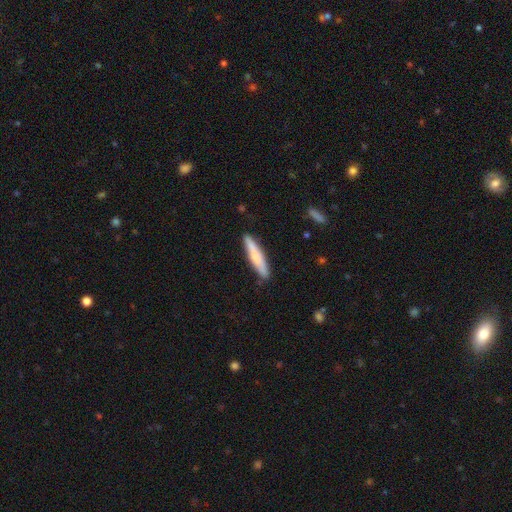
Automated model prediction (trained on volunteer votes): smooth-or-featured: smooth: 69% | featured or disk: 25% | star or artifact: 6%
  how-rounded: cigar-shaped: 89% | in between: 10% | round: 1%
  merging: none: 86% | minor disturbance: 11% | major disturbance: 2% | merger: 2%